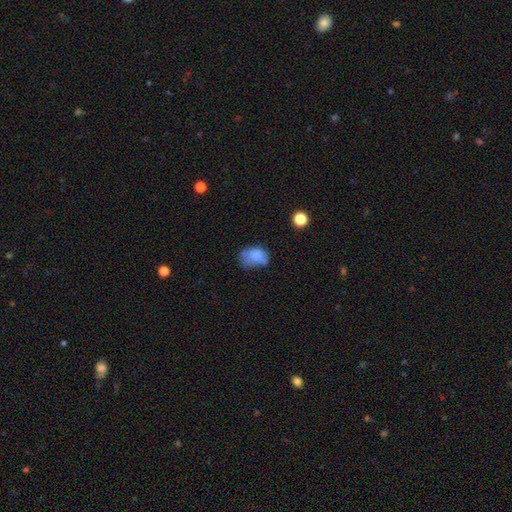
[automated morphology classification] smooth-or-featured: smooth: 73% | featured or disk: 15% | star or artifact: 11%
  how-rounded: in between: 71% | round: 27% | cigar-shaped: 1%
  merging: none: 37% | minor disturbance: 36% | major disturbance: 21% | merger: 6%